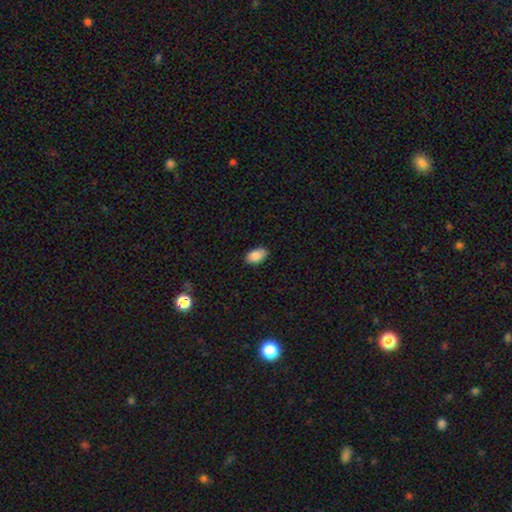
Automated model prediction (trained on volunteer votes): This is clearly a smooth galaxy (87%). How rounded: clearly in between (92%). Merging: clearly none (82%).